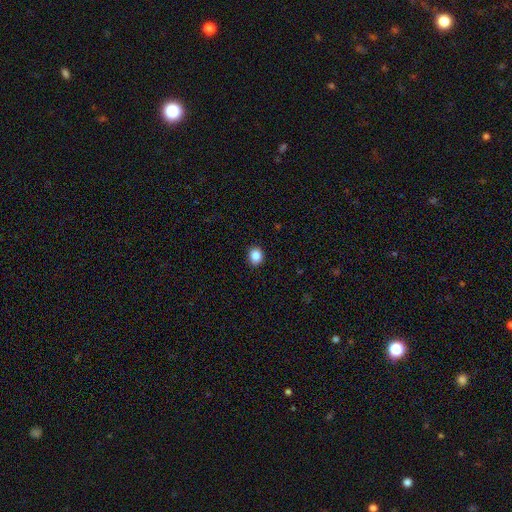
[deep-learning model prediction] Q: Smooth or featured?
A: smooth (87%); runner-up: star or artifact (10%)
Q: How rounded?
A: round (65%); runner-up: in between (34%)
Q: Merging?
A: none (91%); runner-up: minor disturbance (6%)